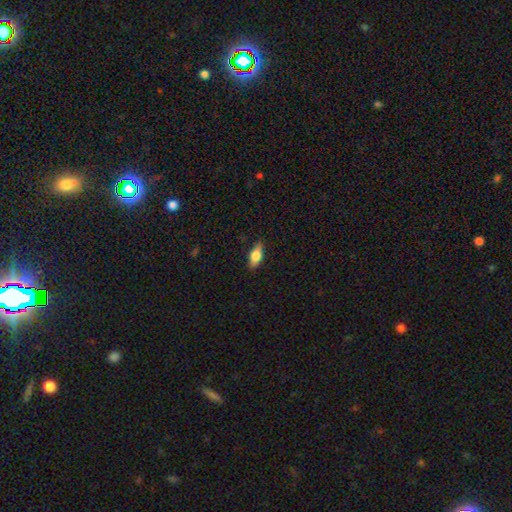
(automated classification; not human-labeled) Q: Smooth or featured?
A: smooth (72%); runner-up: featured or disk (21%)
Q: How rounded?
A: in between (80%); runner-up: cigar-shaped (16%)
Q: Merging?
A: none (85%); runner-up: minor disturbance (12%)